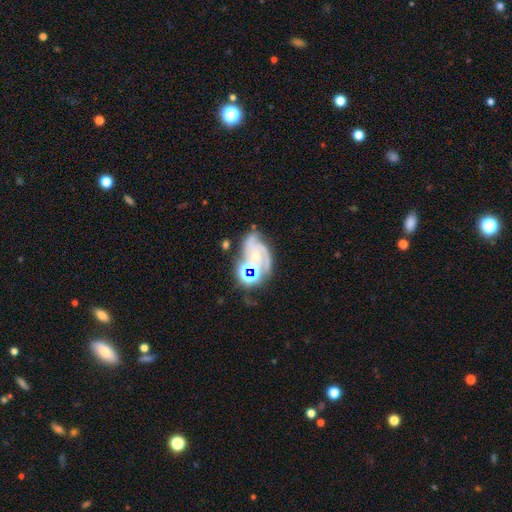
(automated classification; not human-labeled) Smooth or featured? Predicted: featured or disk (p=0.74). Edge-on disk? Predicted: no (p=0.97). Bar? Predicted: no (p=0.70). Spiral arms? Predicted: yes (p=0.93). Spiral winding? Predicted: tight (p=0.45). Spiral arm count? Predicted: 3 (p=0.44). Bulge size? Predicted: small (p=0.62). Merging? Predicted: none (p=0.46).